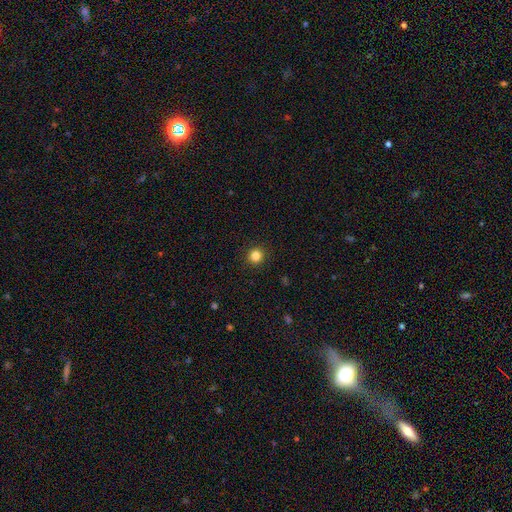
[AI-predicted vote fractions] Overall: smooth (84%). How rounded: round (95%). Merging: none (93%).